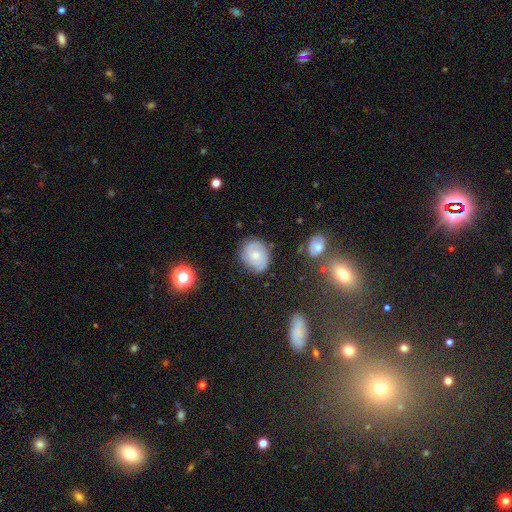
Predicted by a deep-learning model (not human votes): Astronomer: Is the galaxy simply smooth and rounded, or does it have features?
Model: featured or disk — 48% (runner-up: smooth, 43%).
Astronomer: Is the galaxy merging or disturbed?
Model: none — 75%.